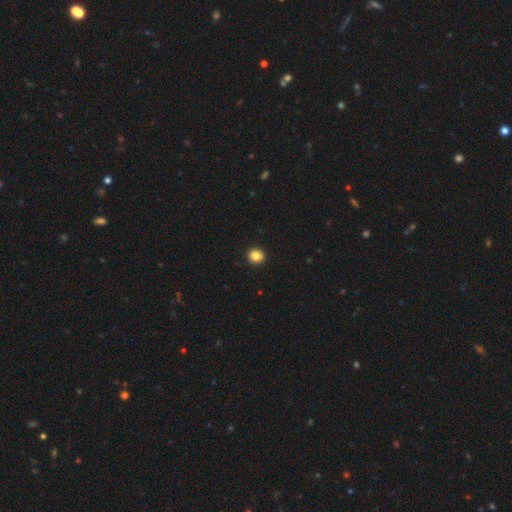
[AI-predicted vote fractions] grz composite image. It shows a smooth galaxy with no disk features (85%) that is round (88%). Merging: none (93%).